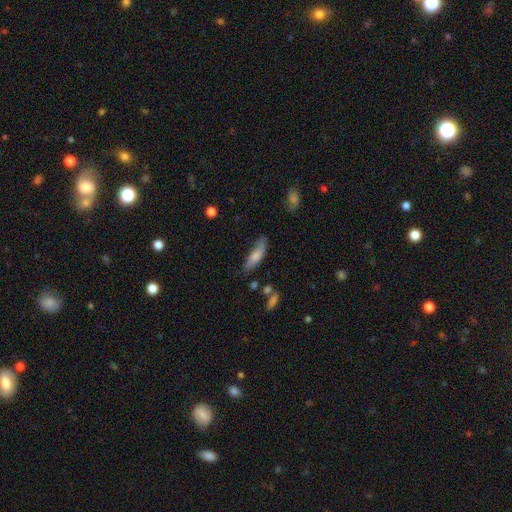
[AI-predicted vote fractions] smooth_or_featured: smooth (p=0.73) [alt: featured or disk p=0.21]
how_rounded: cigar-shaped (p=0.49) [tied with: in between p=0.49]
merging: none (p=0.57) [alt: minor disturbance p=0.30]